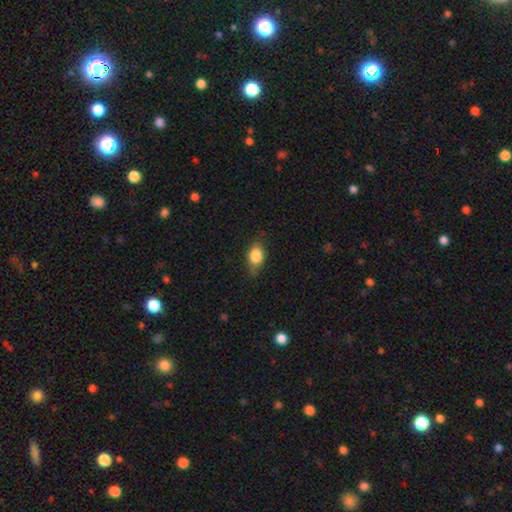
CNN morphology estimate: The model was most divided on "merging": none: 72%, minor disturbance: 22%, major disturbance: 5%, merger: 1%. More confident: smooth or featured — smooth (82%); how rounded — in between (77%).